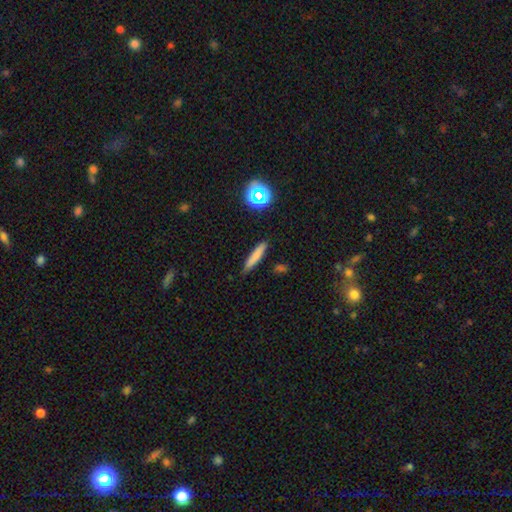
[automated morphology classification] smooth 75%, featured or disk 15%, star or artifact 11%. Down the decision tree: how rounded — cigar-shaped (89%); merging — none (85%).